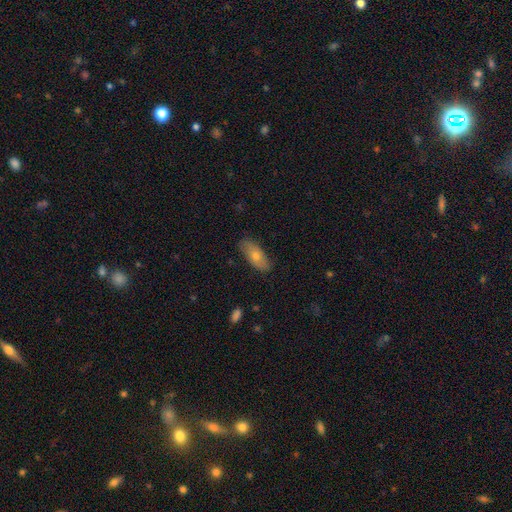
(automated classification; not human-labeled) The model was most divided on "smooth or featured": smooth: 60%, featured or disk: 32%, star or artifact: 8%. More confident: merging — none (83%); how rounded — in between (78%).